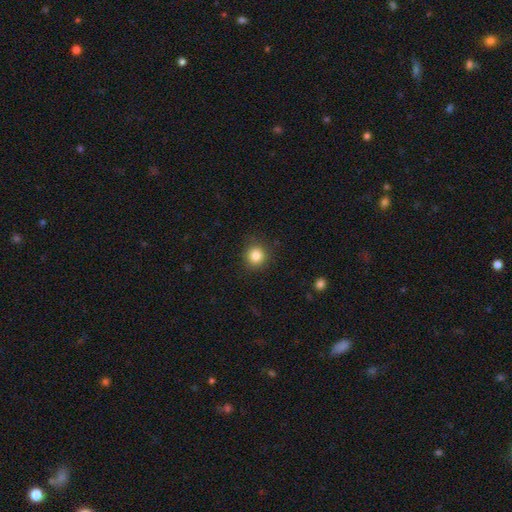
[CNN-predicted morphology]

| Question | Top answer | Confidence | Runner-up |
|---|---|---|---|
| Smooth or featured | smooth | 84% | star or artifact (11%) |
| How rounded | round | 89% | in between (10%) |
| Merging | none | 88% | minor disturbance (9%) |